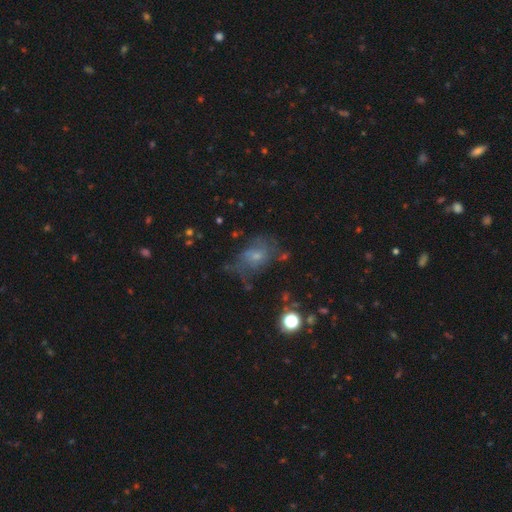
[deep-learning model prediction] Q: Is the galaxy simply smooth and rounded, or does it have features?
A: featured or disk — 45%.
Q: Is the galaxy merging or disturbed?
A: none — 41%.